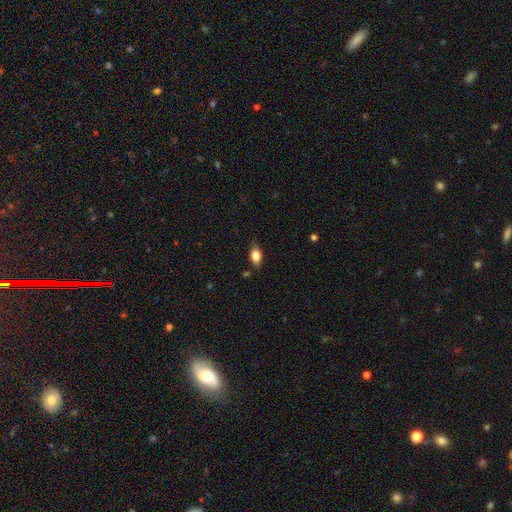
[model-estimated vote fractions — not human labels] Smooth or featured: smooth — 80% (featured or disk — 12%)
How rounded: in between — 84% (round — 11%)
Merging: none — 77% (minor disturbance — 18%)